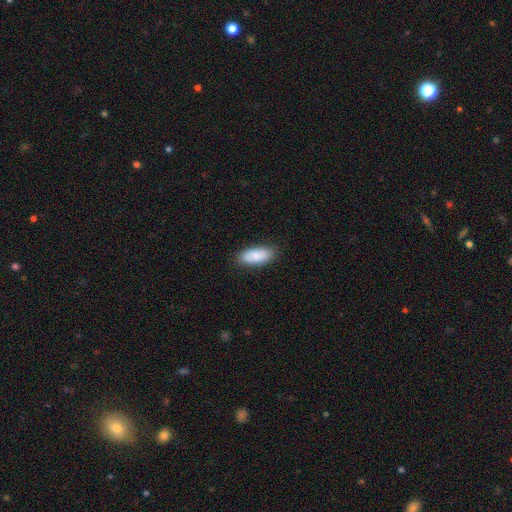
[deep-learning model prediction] Smooth or featured?
  - smooth: 87% *
  - featured or disk: 7%
  - star or artifact: 6%
How rounded?
  - in between: 83% *
  - cigar-shaped: 15%
  - round: 2%
Merging?
  - none: 85% *
  - minor disturbance: 12%
  - major disturbance: 2%
  - merger: 1%